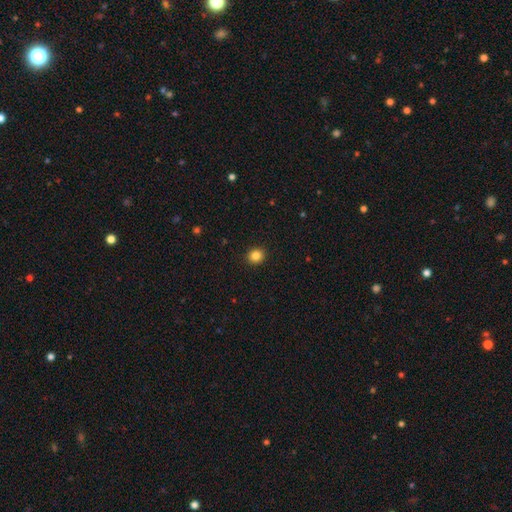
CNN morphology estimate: A smooth galaxy with no disk features (85%) that is round (84%). Merging: none (93%).